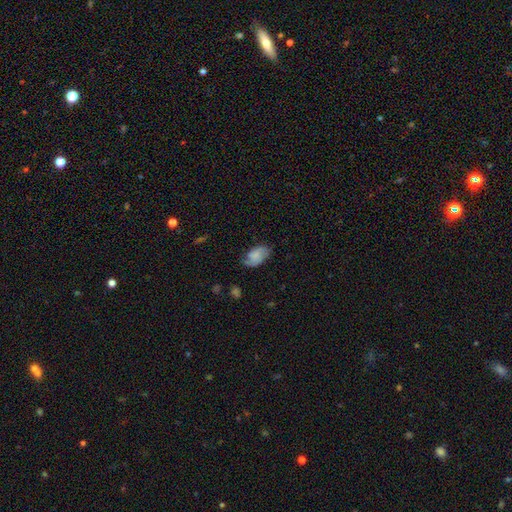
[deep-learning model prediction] The model was most divided on "merging": none: 60%, minor disturbance: 29%, major disturbance: 9%, merger: 2%. More confident: how rounded — in between (93%); smooth or featured — smooth (68%).